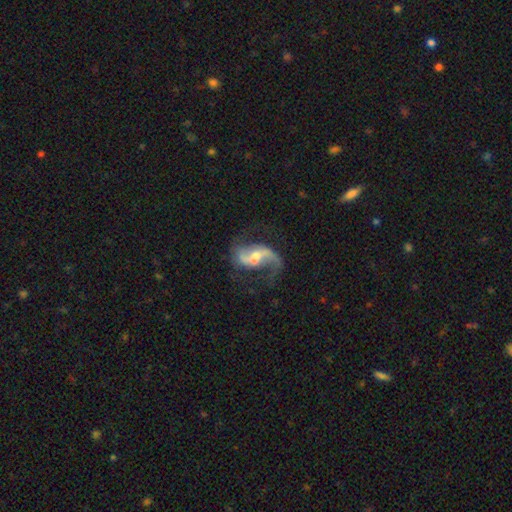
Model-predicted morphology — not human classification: This is clearly a featured or disk galaxy (87%). It is clearly not viewed edge-on (97%). Bar: marginally weak (44%). Spiral arm pattern: clearly yes (94%). Spiral arm count: clearly 2 (84%). Spiral winding: likely loose (69%). Central bulge: possibly moderate (49%). Merging: possibly none (56%).